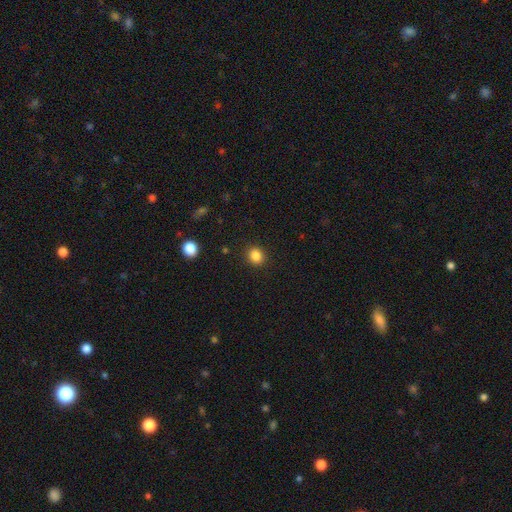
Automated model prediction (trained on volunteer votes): Smooth or featured? Predicted: smooth (p=0.85). How rounded? Predicted: round (p=0.80). Merging? Predicted: none (p=0.91).